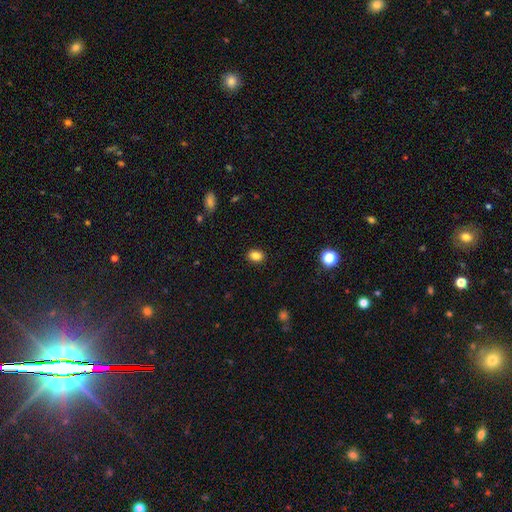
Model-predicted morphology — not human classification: Smooth or featured? smooth (85%)
How rounded? in between (65%)
Merging? none (89%)